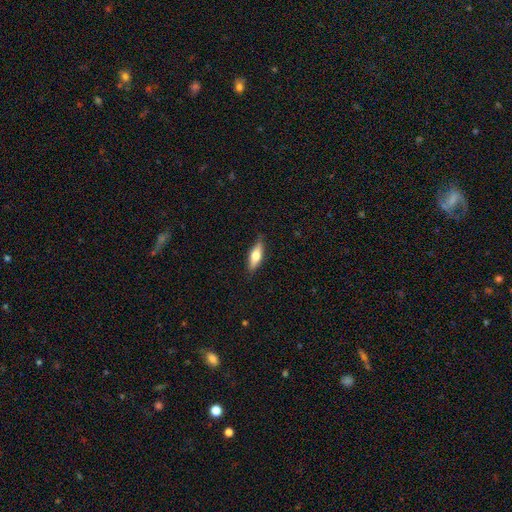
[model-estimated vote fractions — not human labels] smooth_or_featured: smooth (p=0.58) [alt: featured or disk p=0.36]
how_rounded: in between (p=0.53) [alt: cigar-shaped p=0.45]
merging: none (p=0.85) [alt: minor disturbance p=0.12]